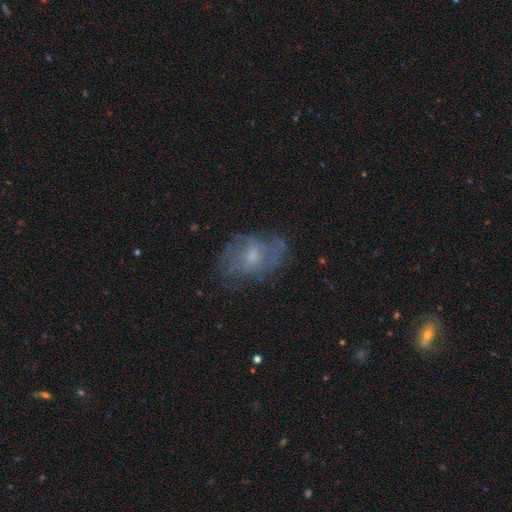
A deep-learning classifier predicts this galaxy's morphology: The model was most divided on "bulge size": moderate: 44%, small: 43%, none: 7%, large: 4%, dominant: 1%. More confident: edge-on disk — no (95%); spiral arms — yes (71%); merging — none (70%); bar — no (64%); smooth or featured — featured or disk (58%).